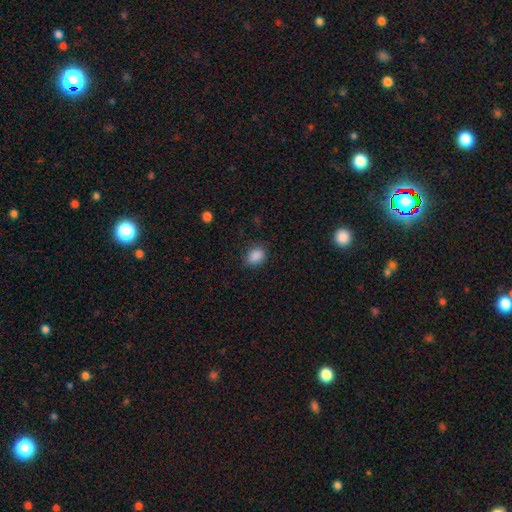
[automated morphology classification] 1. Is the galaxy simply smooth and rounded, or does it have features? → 87% smooth, 9% star or artifact, 3% featured or disk.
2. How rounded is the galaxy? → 57% in between, 42% round, 1% cigar-shaped.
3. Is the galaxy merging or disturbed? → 82% none, 13% minor disturbance, 4% major disturbance, 1% merger.